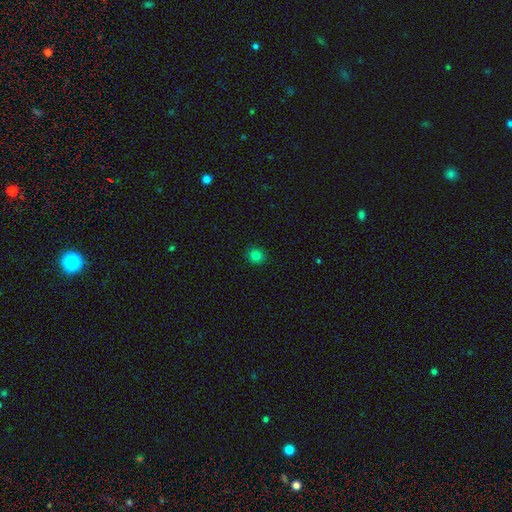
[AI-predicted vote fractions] The model was most divided on "smooth or featured": smooth: 81%, star or artifact: 14%, featured or disk: 5%. More confident: merging — none (91%); how rounded — round (87%).